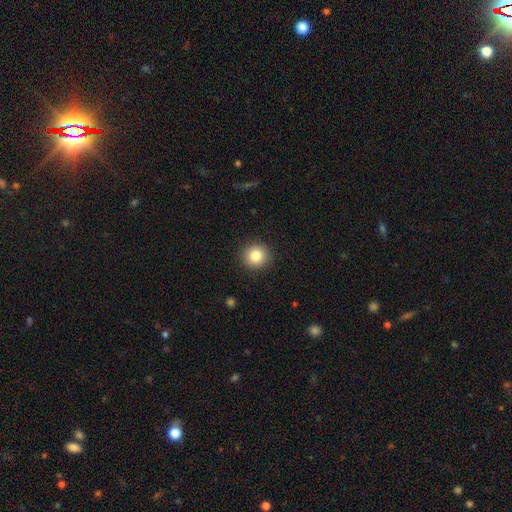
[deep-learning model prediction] This appears to be a smooth galaxy with no disk features (84%) that is round (92%). Merging: none (91%).